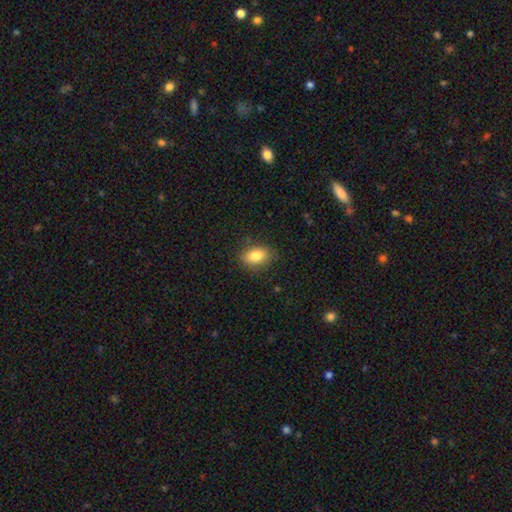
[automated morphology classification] Smooth or featured? smooth (83%)
How rounded? in between (83%)
Merging? none (83%)